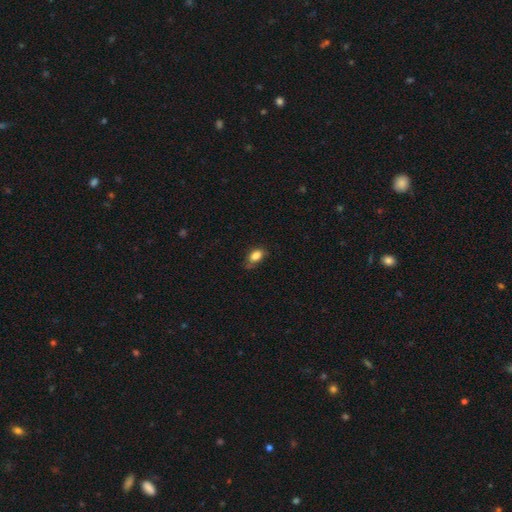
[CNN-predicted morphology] This is clearly a smooth galaxy (85%). How rounded: clearly in between (86%). Merging: likely none (60%).